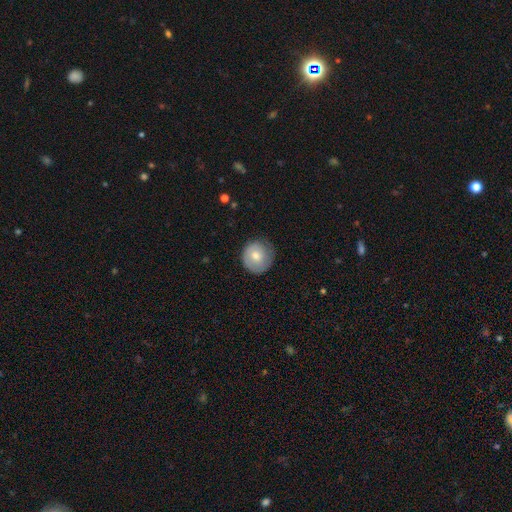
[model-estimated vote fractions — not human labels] This appears to be a smooth galaxy with no disk features (68%) that is round (91%). Merging: none (75%).